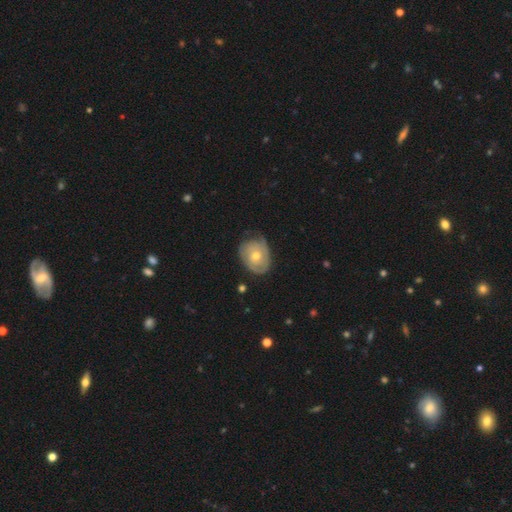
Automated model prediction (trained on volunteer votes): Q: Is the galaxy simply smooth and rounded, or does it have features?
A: featured or disk — 68%.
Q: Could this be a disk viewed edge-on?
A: no — 97%.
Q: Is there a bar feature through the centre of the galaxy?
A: no — 81%.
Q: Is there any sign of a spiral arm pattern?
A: yes — 85%.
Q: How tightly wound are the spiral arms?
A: tight — 69%.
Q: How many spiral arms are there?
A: can't tell — 38%.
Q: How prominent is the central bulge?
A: moderate — 65%.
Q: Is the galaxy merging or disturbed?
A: none — 68%.